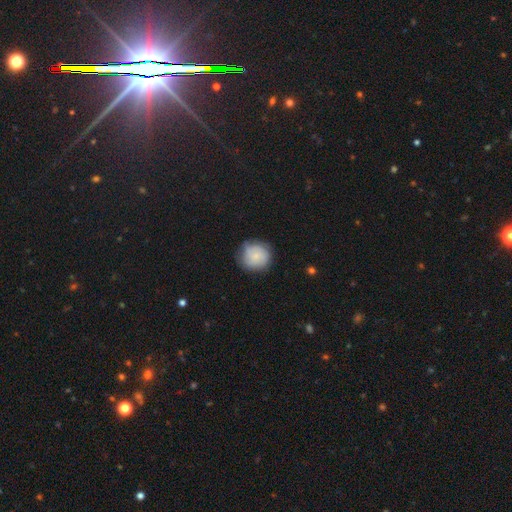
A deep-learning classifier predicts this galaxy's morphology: This appears to be a smooth galaxy with no disk features (70%) that is round (90%). Merging: none (76%).